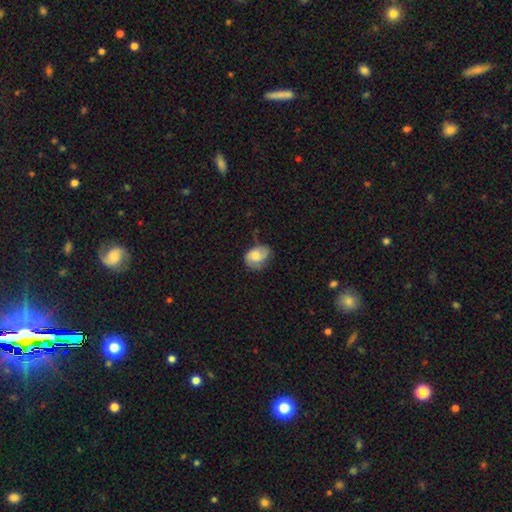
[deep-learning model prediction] A smooth galaxy with no disk features (58%) that is in between round and cigar-shaped (68%). Merging: none (49%).